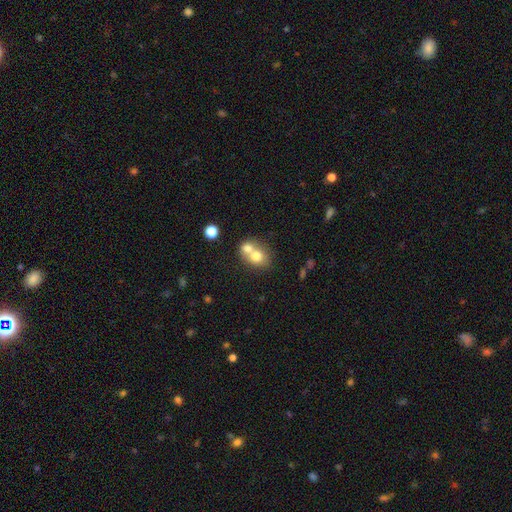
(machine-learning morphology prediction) Smooth or featured?
  - smooth: 70% *
  - featured or disk: 20%
  - star or artifact: 10%
How rounded?
  - round: 66% *
  - in between: 34%
  - cigar-shaped: 1%
Merging?
  - merger: 64% *
  - none: 28%
  - minor disturbance: 6%
  - major disturbance: 3%